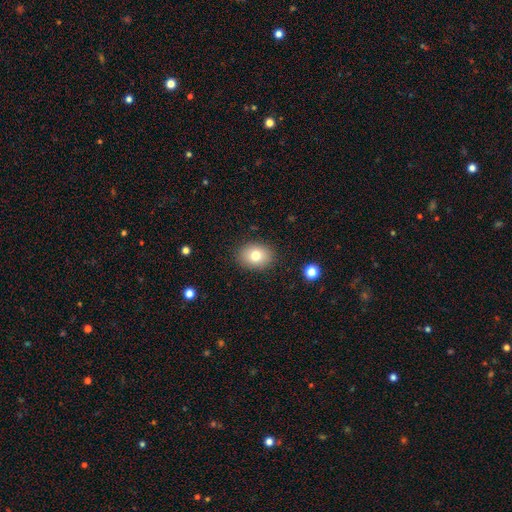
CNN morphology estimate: smooth-or-featured: smooth: 78% | featured or disk: 12% | star or artifact: 10%
  how-rounded: in between: 60% | round: 40% | cigar-shaped: 1%
  merging: none: 88% | minor disturbance: 9% | major disturbance: 2% | merger: 1%